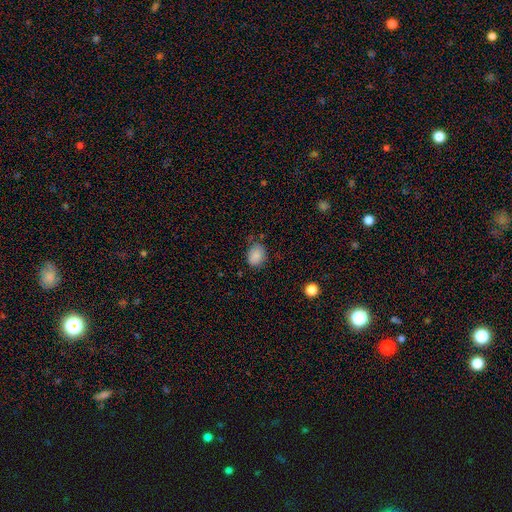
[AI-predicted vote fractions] A smooth galaxy with no disk features (87%) that is in between round and cigar-shaped (60%).

Vote fractions:
- Smooth or featured? smooth: 87% / star or artifact: 9% / featured or disk: 5%
- How rounded? in between: 60% / round: 39% / cigar-shaped: 1%
- Merging? none: 70% / minor disturbance: 22% / major disturbance: 5% / merger: 3%